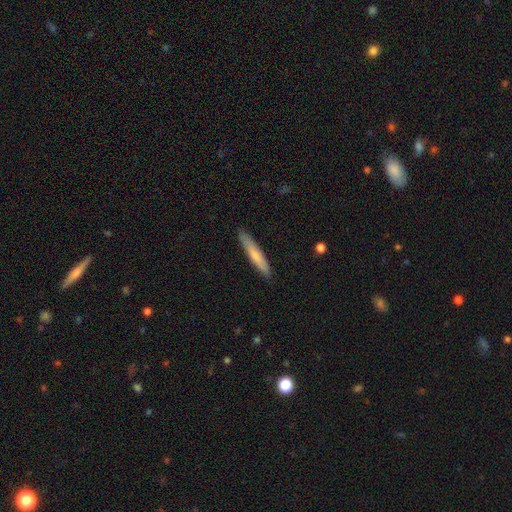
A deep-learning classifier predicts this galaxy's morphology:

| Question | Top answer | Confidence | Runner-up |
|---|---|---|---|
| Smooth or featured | smooth | 71% | featured or disk (24%) |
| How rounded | cigar-shaped | 93% | in between (6%) |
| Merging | none | 89% | minor disturbance (8%) |